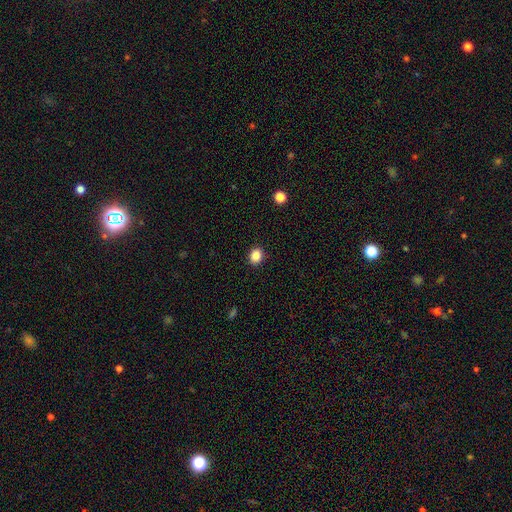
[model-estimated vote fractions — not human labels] This appears to be a smooth galaxy with no disk features (87%) that is round (57%). Merging: none (90%).